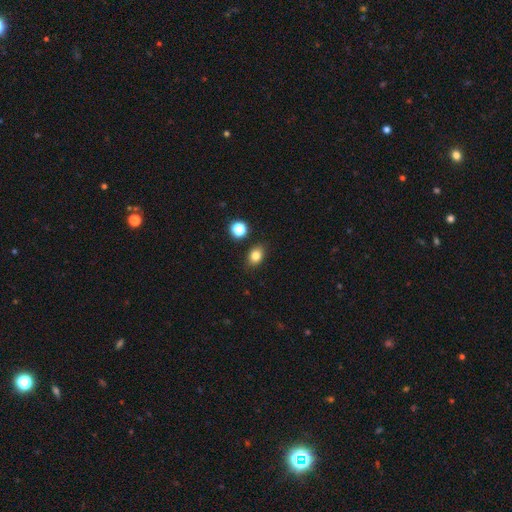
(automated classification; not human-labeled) Smooth or featured?
  - smooth: 81% *
  - star or artifact: 12%
  - featured or disk: 7%
How rounded?
  - in between: 64% *
  - round: 35%
  - cigar-shaped: 1%
Merging?
  - none: 84% *
  - minor disturbance: 10%
  - merger: 3%
  - major disturbance: 3%